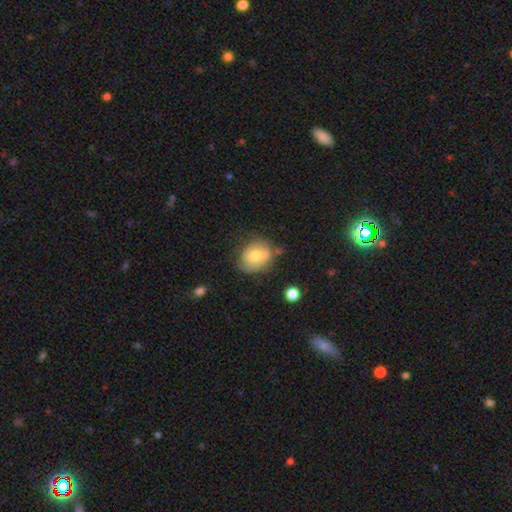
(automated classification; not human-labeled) The model was most divided on "smooth or featured": featured or disk: 48%, smooth: 44%, star or artifact: 8%. More confident: merging — none (57%).